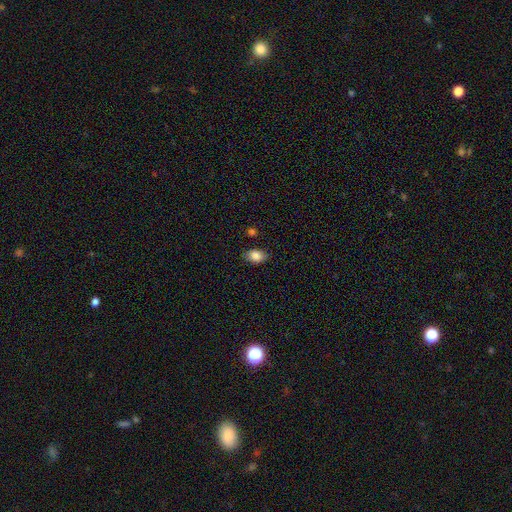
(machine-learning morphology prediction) This is clearly a smooth galaxy (85%). How rounded: clearly in between (82%). Merging: clearly none (81%).